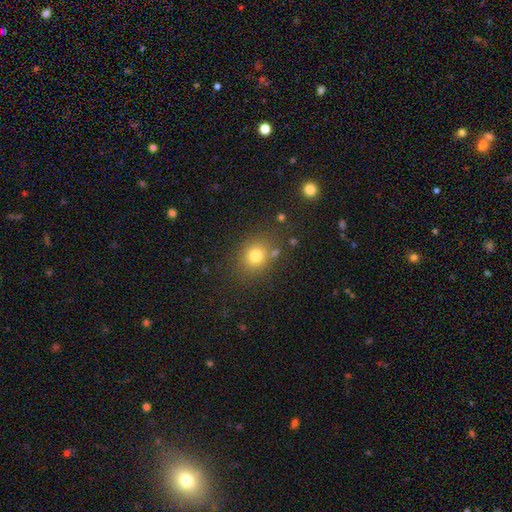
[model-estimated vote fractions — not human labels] A smooth galaxy with no disk features (77%) that is round (70%).

Vote fractions:
- Smooth or featured? smooth: 77% / star or artifact: 14% / featured or disk: 8%
- How rounded? round: 70% / in between: 29% / cigar-shaped: 1%
- Merging? none: 78% / minor disturbance: 12% / merger: 6% / major disturbance: 5%